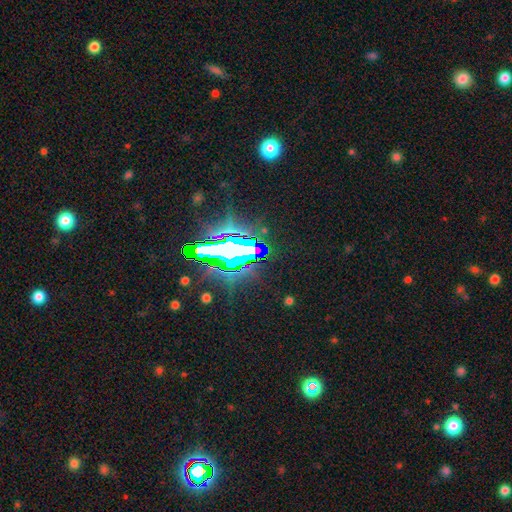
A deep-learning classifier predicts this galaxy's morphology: A star or artifact, not a galaxy (75%).